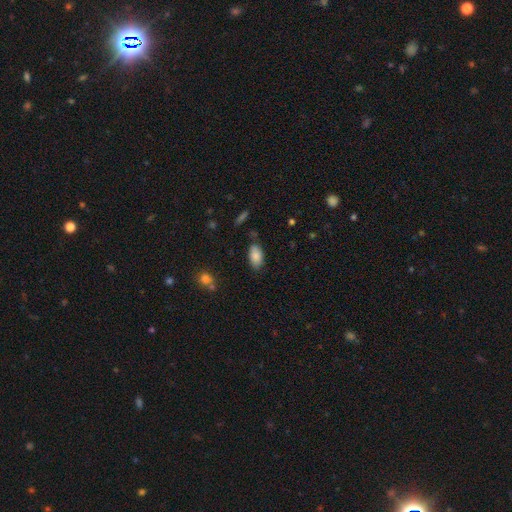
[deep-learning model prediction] A smooth galaxy with no disk features (86%) that is in between round and cigar-shaped (93%). Merging: none (78%).